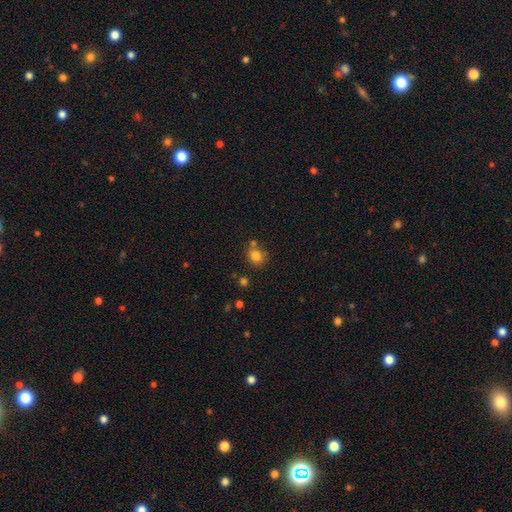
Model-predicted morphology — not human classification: The model was most divided on "merging": none: 66%, merger: 17%, minor disturbance: 13%, major disturbance: 4%. More confident: smooth or featured — smooth (82%); how rounded — round (76%).